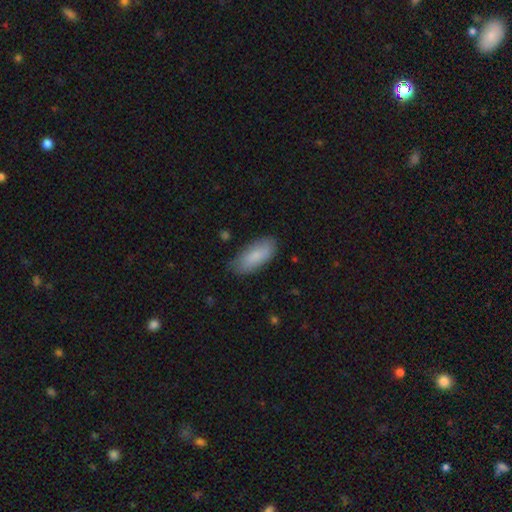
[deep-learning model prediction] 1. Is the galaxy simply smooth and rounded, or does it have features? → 84% smooth, 10% featured or disk, 6% star or artifact.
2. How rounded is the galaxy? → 83% in between, 15% cigar-shaped, 2% round.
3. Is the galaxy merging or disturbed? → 77% none, 19% minor disturbance, 3% major disturbance, 1% merger.